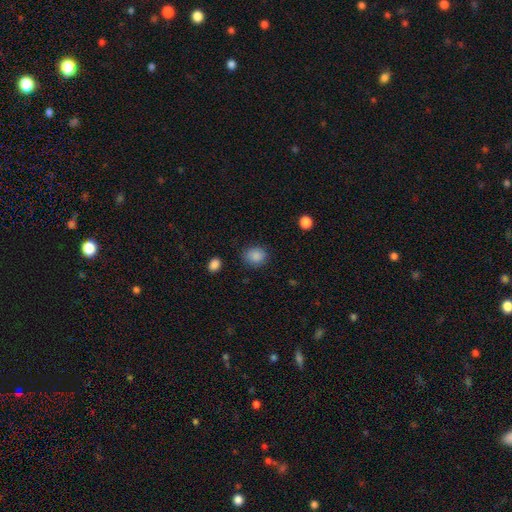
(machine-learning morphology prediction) Overall: smooth (87%). How rounded: round (69%; in between 30%). Merging: none (82%).